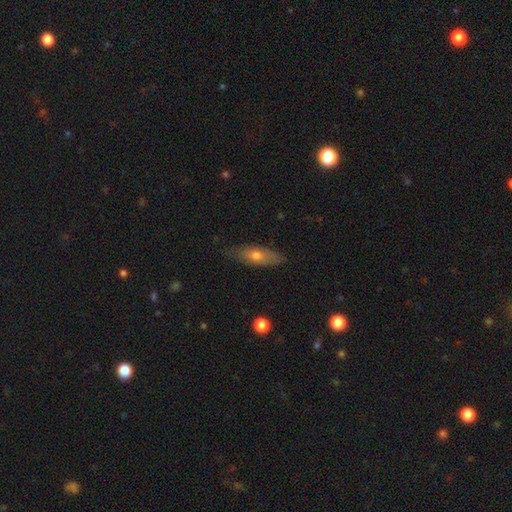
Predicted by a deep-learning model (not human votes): A smooth galaxy with no disk features (63%) that is in between round and cigar-shaped (65%). Merging: none (75%).